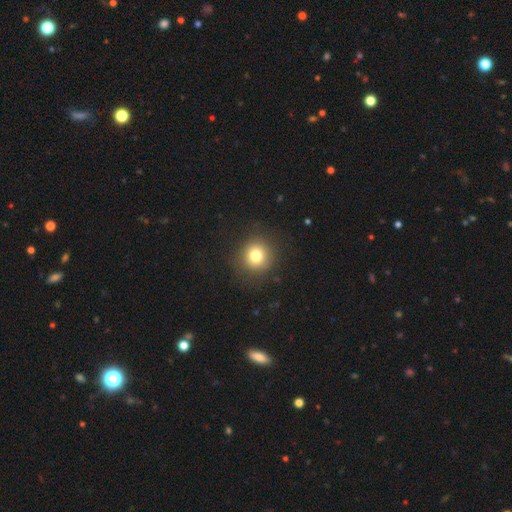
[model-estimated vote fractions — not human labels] The model was most divided on "smooth or featured": smooth: 78%, star or artifact: 13%, featured or disk: 9%. More confident: how rounded — round (93%); merging — none (88%).